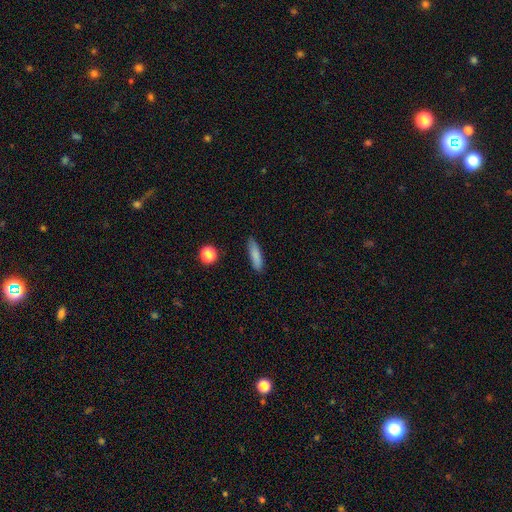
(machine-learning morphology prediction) smooth 82%, featured or disk 9%, star or artifact 8%. Down the decision tree: how rounded — cigar-shaped (69%); merging — none (84%).